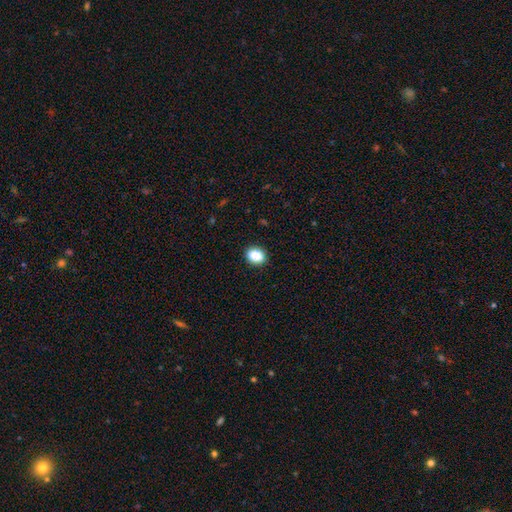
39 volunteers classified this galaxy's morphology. Smooth or featured: smooth — 90% (star or artifact — 8%)
How rounded: round — 51% (in between — 46%)
Merging: none — 94% (minor disturbance — 6%)